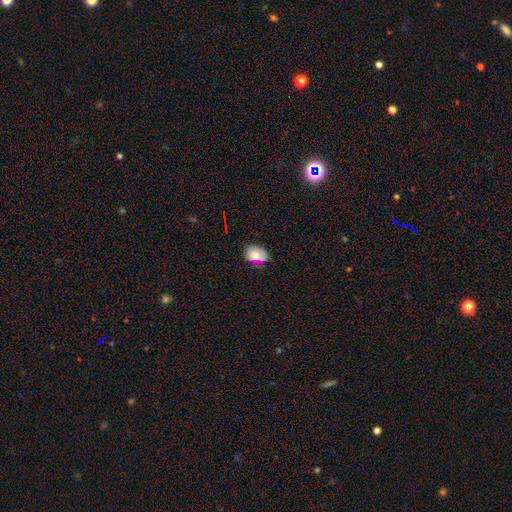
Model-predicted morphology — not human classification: A smooth galaxy with no disk features (79%) that is in between round and cigar-shaped (73%). Merging: none (65%).